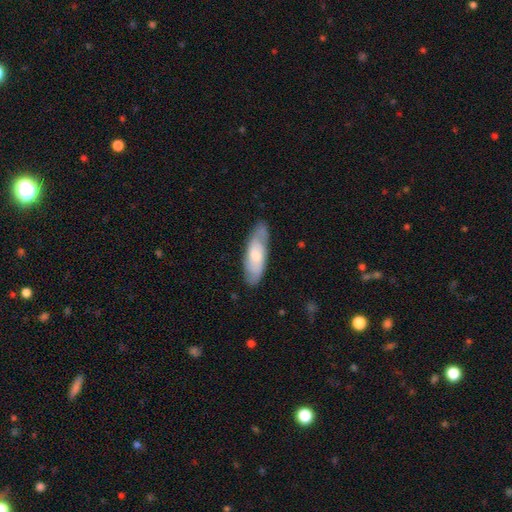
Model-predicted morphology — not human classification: smooth 53%, featured or disk 42%, star or artifact 6%. Down the decision tree: how rounded — in between (56%); merging — none (78%).